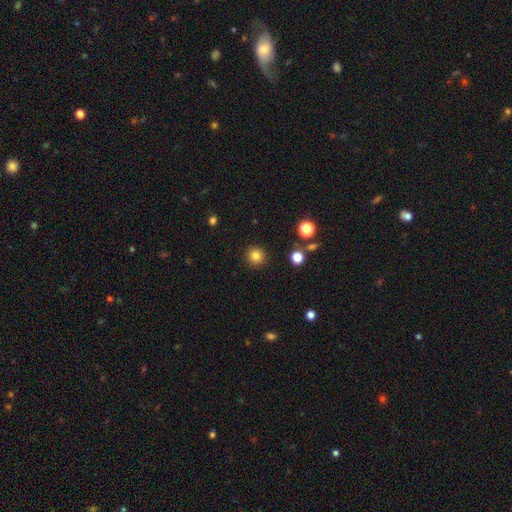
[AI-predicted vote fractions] Smooth or featured?
  - smooth: 82% *
  - star or artifact: 12%
  - featured or disk: 5%
How rounded?
  - round: 94% *
  - in between: 5%
  - cigar-shaped: 1%
Merging?
  - none: 91% *
  - minor disturbance: 5%
  - major disturbance: 2%
  - merger: 2%